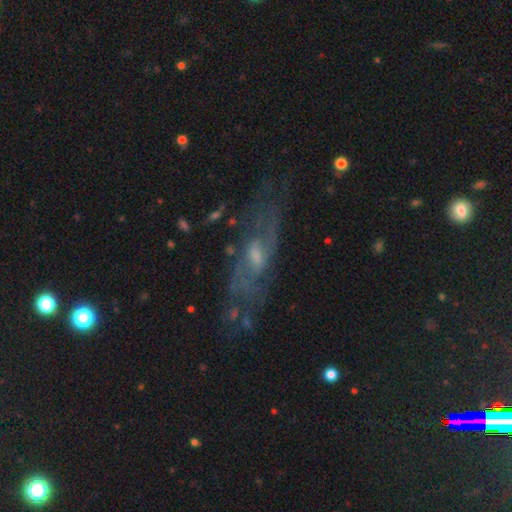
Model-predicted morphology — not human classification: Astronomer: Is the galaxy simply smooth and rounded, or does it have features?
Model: featured or disk — 61%.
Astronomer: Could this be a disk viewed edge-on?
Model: no — 67%.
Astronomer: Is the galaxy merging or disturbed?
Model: none — 74%.